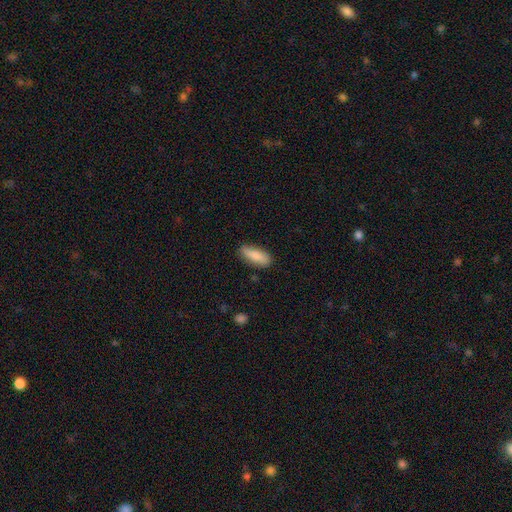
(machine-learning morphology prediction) A smooth galaxy with no disk features (79%) that is in between round and cigar-shaped (58%).

Vote fractions:
- Smooth or featured? smooth: 79% / featured or disk: 14% / star or artifact: 6%
- How rounded? in between: 58% / cigar-shaped: 40% / round: 2%
- Merging? none: 83% / minor disturbance: 13% / major disturbance: 3% / merger: 2%